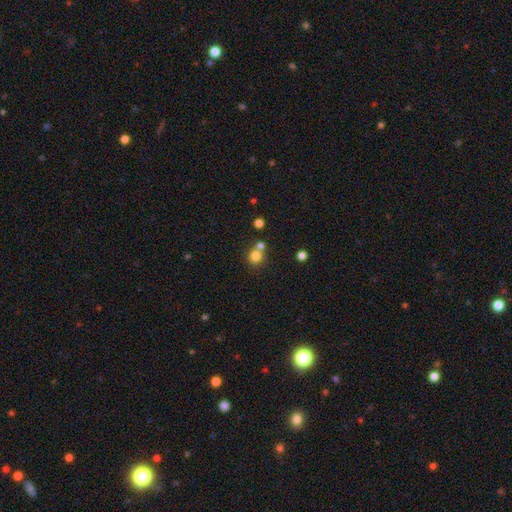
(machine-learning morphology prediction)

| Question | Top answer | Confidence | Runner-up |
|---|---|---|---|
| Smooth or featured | smooth | 79% | star or artifact (13%) |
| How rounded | round | 88% | in between (11%) |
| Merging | none | 59% | merger (31%) |